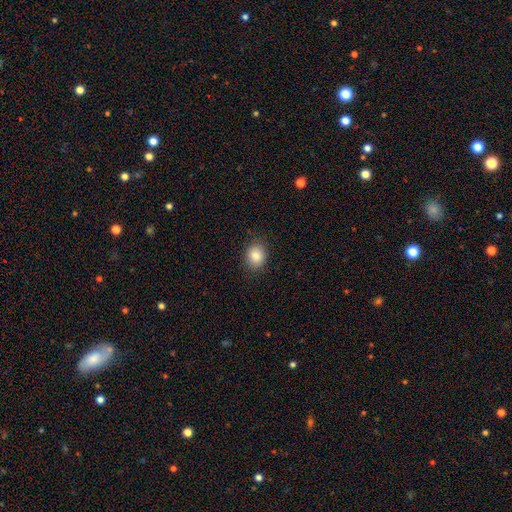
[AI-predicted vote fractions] A smooth galaxy with no disk features (85%) that is round (57%).

Vote fractions:
- Smooth or featured? smooth: 85% / star or artifact: 9% / featured or disk: 6%
- How rounded? round: 57% / in between: 43% / cigar-shaped: 1%
- Merging? none: 88% / minor disturbance: 9% / major disturbance: 2% / merger: 1%